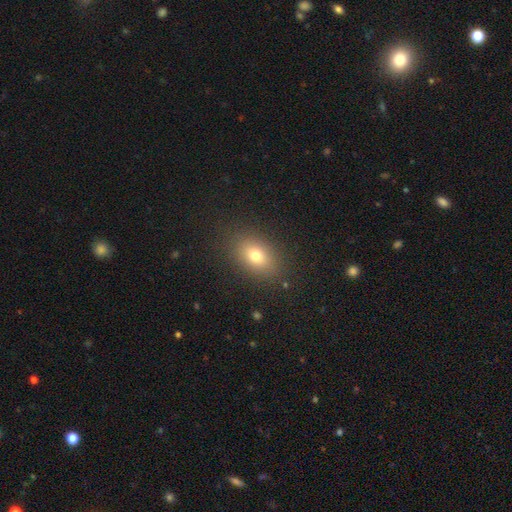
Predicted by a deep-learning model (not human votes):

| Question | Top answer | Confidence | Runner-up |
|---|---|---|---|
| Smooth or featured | smooth | 75% | star or artifact (13%) |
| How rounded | in between | 79% | round (19%) |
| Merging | none | 86% | minor disturbance (9%) |